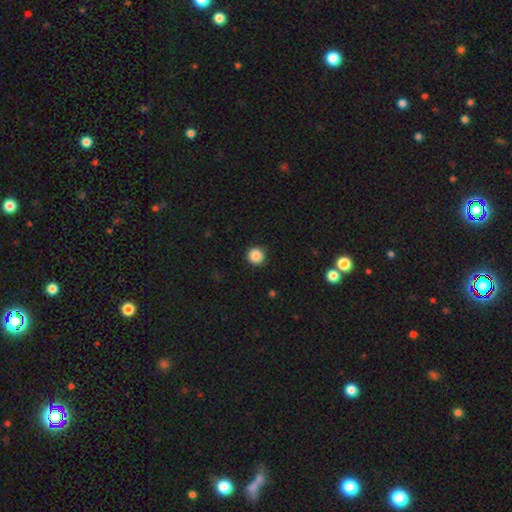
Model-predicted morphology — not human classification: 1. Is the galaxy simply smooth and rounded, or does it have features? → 87% smooth, 10% star or artifact, 3% featured or disk.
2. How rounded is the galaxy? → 96% round, 4% in between, 1% cigar-shaped.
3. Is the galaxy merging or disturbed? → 91% none, 6% minor disturbance, 2% major disturbance, 1% merger.